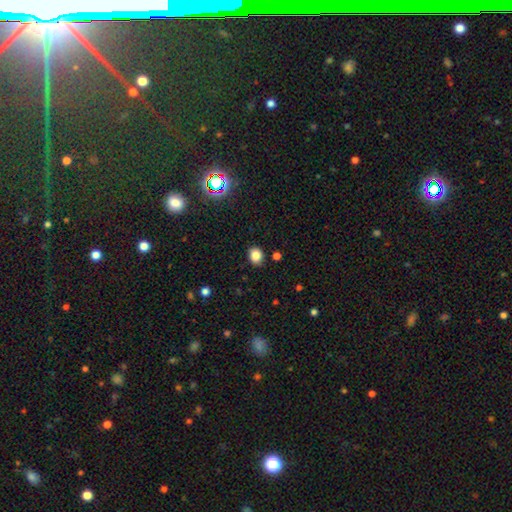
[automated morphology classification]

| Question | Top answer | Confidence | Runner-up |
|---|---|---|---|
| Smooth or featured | smooth | 83% | star or artifact (12%) |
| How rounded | round | 60% | in between (39%) |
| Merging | none | 85% | minor disturbance (11%) |